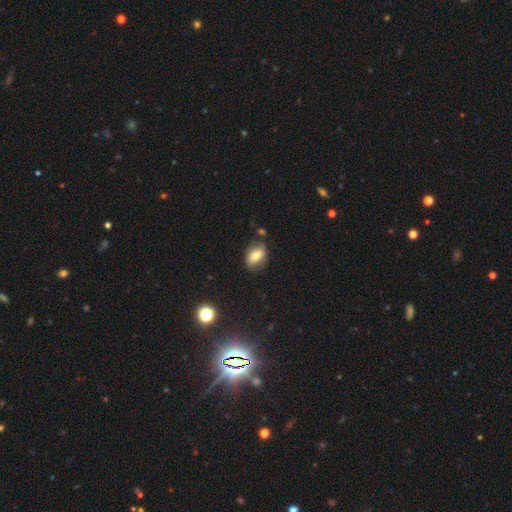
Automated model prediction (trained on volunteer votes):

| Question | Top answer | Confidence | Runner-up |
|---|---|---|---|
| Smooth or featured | smooth | 69% | featured or disk (22%) |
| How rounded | in between | 82% | round (15%) |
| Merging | none | 72% | minor disturbance (18%) |